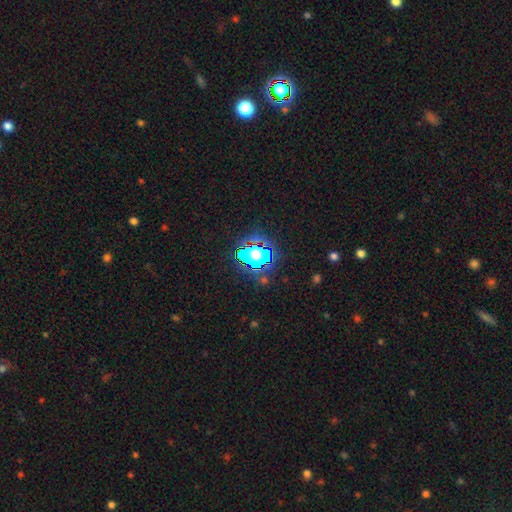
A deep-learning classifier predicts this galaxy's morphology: Smooth or featured: star or artifact — 49% (smooth — 36%)